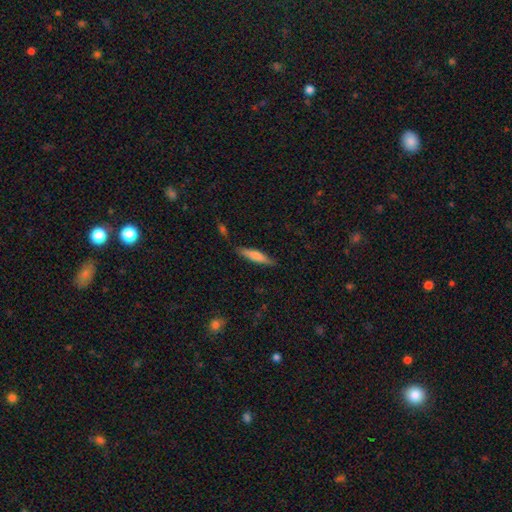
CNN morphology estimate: Overall: smooth (73%). How rounded: cigar-shaped (82%). Merging: none (80%).